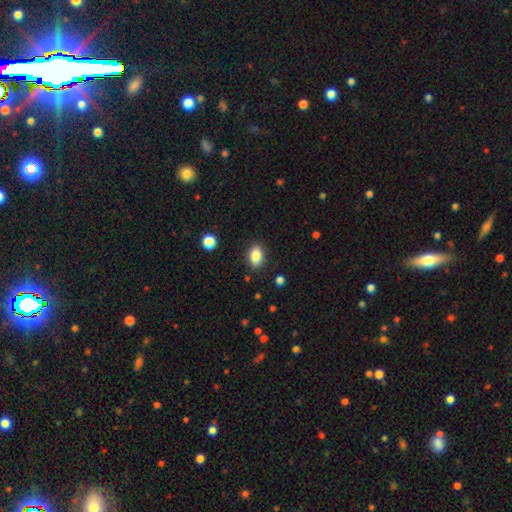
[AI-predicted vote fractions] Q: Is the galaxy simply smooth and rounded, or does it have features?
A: smooth — 85%.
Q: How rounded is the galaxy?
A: in between — 85%.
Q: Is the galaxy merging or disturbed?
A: none — 87%.